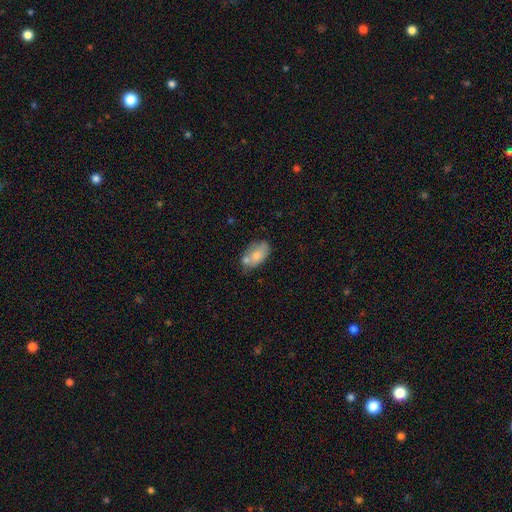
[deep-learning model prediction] Smooth or featured?
  - smooth: 71% *
  - featured or disk: 21%
  - star or artifact: 7%
How rounded?
  - in between: 92% *
  - round: 5%
  - cigar-shaped: 3%
Merging?
  - none: 44% *
  - minor disturbance: 24%
  - merger: 24%
  - major disturbance: 8%